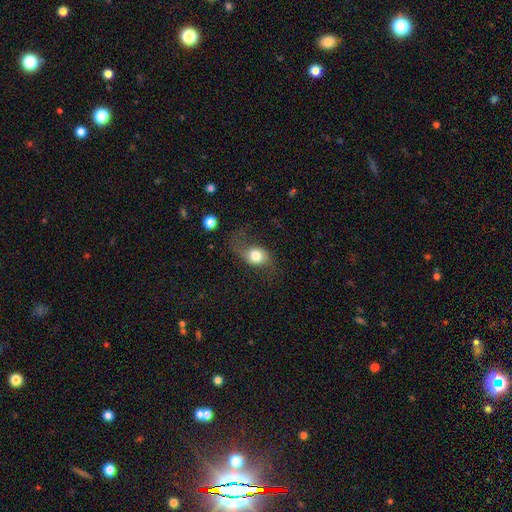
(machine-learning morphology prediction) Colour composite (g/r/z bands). It shows a smooth galaxy with no disk features (59%) that is in between round and cigar-shaped (55%). Merging: none (42%).